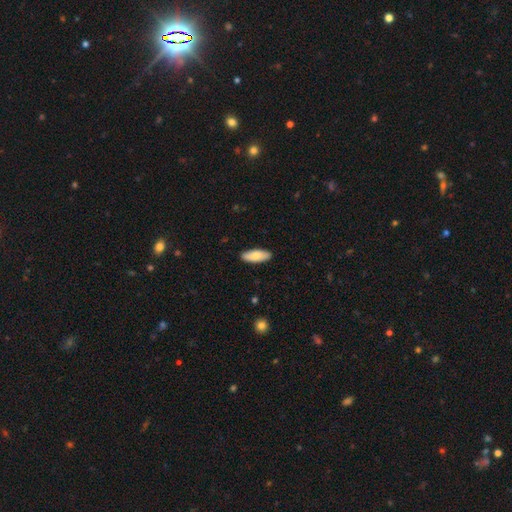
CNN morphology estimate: Smooth or featured? Predicted: smooth (p=0.80). How rounded? Predicted: in between (p=0.74). Merging? Predicted: none (p=0.89).